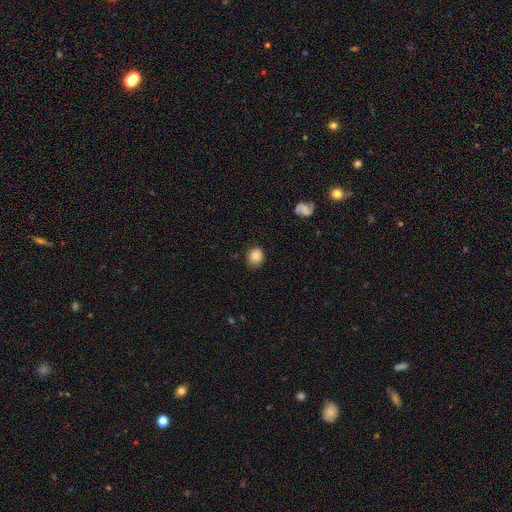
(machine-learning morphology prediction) This appears to be a smooth galaxy with no disk features (85%) that is round (76%). Merging: none (81%).